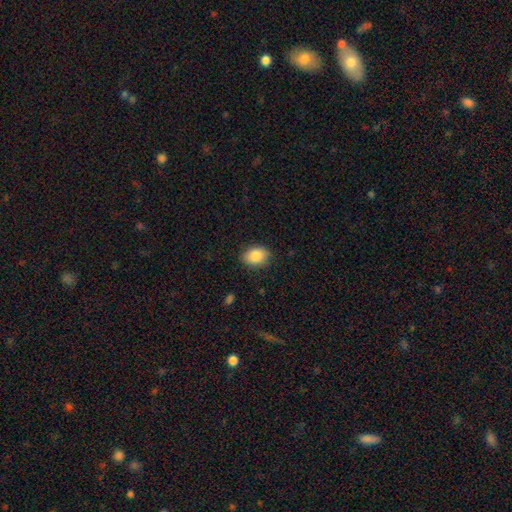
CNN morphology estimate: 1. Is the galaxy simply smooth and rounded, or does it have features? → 87% smooth, 7% star or artifact, 6% featured or disk.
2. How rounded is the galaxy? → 71% in between, 27% round, 1% cigar-shaped.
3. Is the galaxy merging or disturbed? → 85% none, 11% minor disturbance, 3% major disturbance, 1% merger.